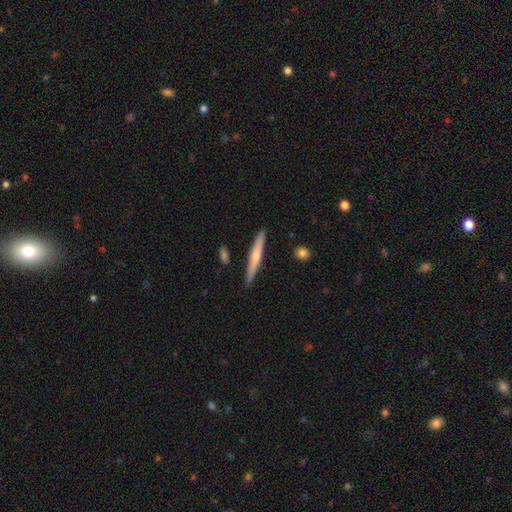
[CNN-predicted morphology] Overall: featured or disk (50%; smooth 45%). Merging: none (90%).